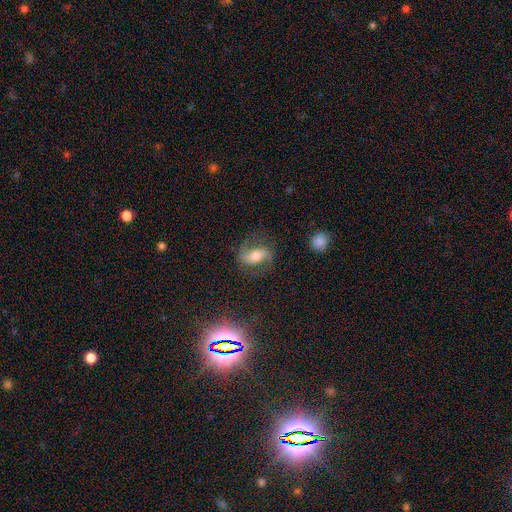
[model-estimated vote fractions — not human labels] Smooth or featured? featured or disk (74%)
Edge-on disk? no (95%)
Bar? weak (36%)
Spiral arms? yes (93%)
Spiral winding? loose (45%)
Spiral arm count? 2 (91%)
Bulge size? moderate (65%)
Merging? none (74%)